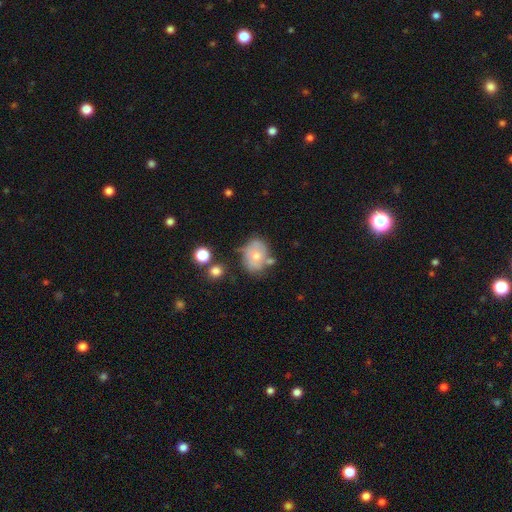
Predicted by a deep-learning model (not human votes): Smooth or featured?
  - smooth: 54% *
  - featured or disk: 38%
  - star or artifact: 9%
How rounded?
  - in between: 53% *
  - round: 46%
  - cigar-shaped: 1%
Merging?
  - none: 51% *
  - minor disturbance: 26%
  - merger: 14%
  - major disturbance: 9%